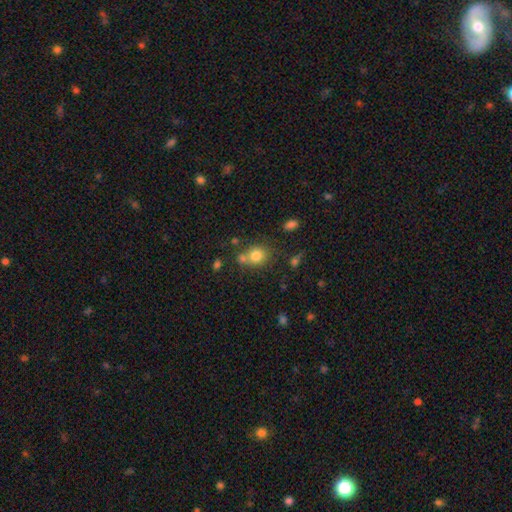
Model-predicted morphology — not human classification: Q: Smooth or featured?
A: smooth (79%); runner-up: star or artifact (12%)
Q: How rounded?
A: round (72%); runner-up: in between (27%)
Q: Merging?
A: none (55%); runner-up: merger (27%)